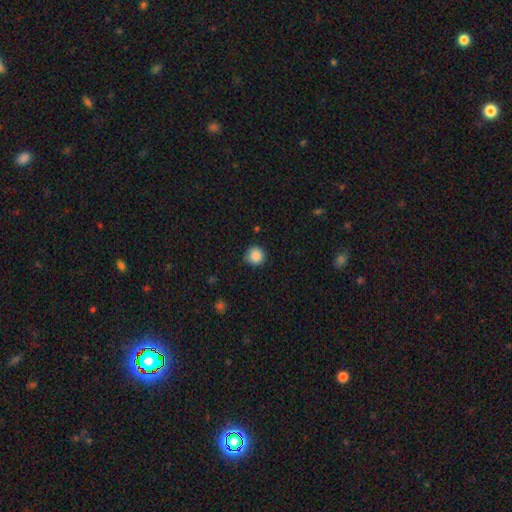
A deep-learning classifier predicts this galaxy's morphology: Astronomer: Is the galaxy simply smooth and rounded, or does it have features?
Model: smooth — 87%.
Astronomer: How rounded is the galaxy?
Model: round — 93%.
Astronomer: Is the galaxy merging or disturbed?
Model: none — 82%.